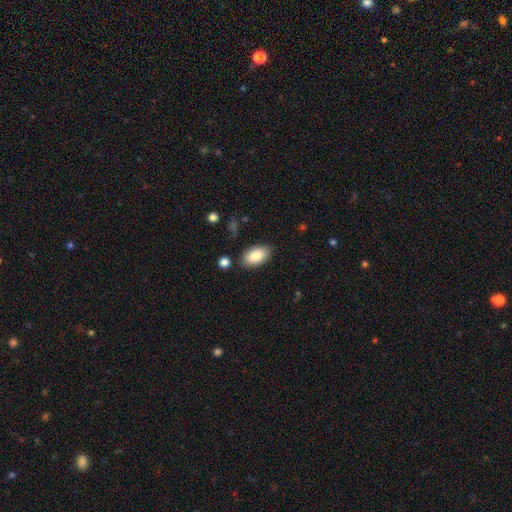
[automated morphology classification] A smooth galaxy with no disk features (86%) that is in between round and cigar-shaped (94%). Merging: none (84%).